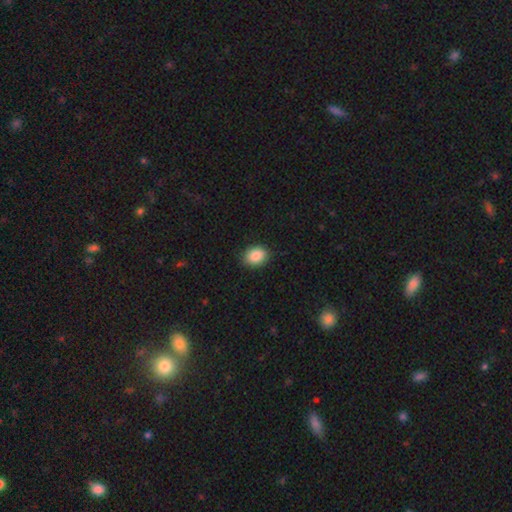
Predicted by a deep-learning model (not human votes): Smooth or featured?
  - smooth: 88% *
  - star or artifact: 8%
  - featured or disk: 4%
How rounded?
  - in between: 67% *
  - round: 32%
  - cigar-shaped: 1%
Merging?
  - none: 88% *
  - minor disturbance: 9%
  - major disturbance: 2%
  - merger: 1%